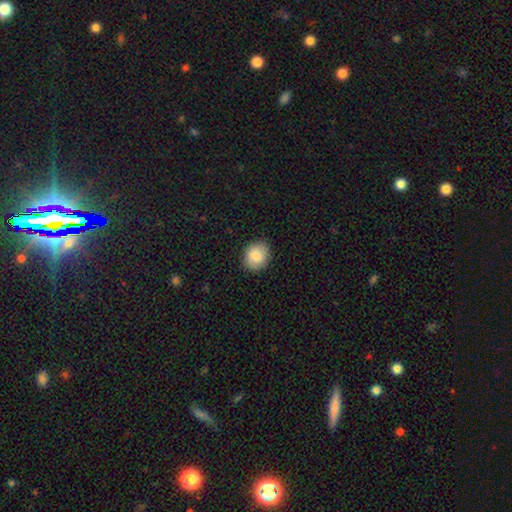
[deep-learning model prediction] A smooth galaxy with no disk features (85%) that is round (58%). Merging: none (86%).